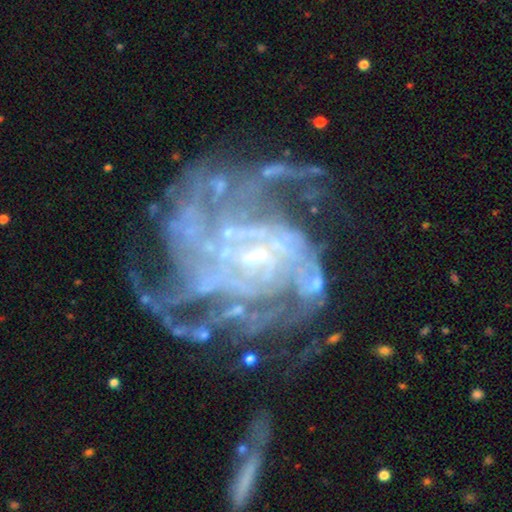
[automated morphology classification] Smooth or featured?
  - featured or disk: 88% *
  - star or artifact: 7%
  - smooth: 4%
Edge-on disk?
  - no: 98% *
  - yes: 2%
Bar?
  - no: 53% *
  - weak: 36%
  - strong: 11%
Spiral arms?
  - yes: 94% *
  - no: 6%
Spiral winding?
  - tight: 45% *
  - medium: 40%
  - loose: 15%
Spiral arm count?
  - can't tell: 28% *
  - 4: 19%
  - 3: 17%
  - 2: 14%
  - more than 4: 13%
  - 1: 8%
Bulge size?
  - small: 77% *
  - moderate: 12%
  - none: 8%
  - large: 1%
  - dominant: 1%
Merging?
  - none: 45% *
  - major disturbance: 29%
  - minor disturbance: 20%
  - merger: 6%